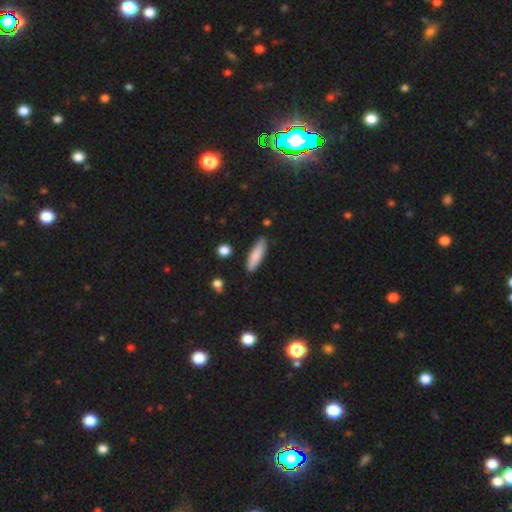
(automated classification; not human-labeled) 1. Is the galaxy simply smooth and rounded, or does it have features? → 83% smooth, 11% featured or disk, 6% star or artifact.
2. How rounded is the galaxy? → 65% cigar-shaped, 33% in between, 2% round.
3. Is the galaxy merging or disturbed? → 86% none, 10% minor disturbance, 2% merger, 2% major disturbance.